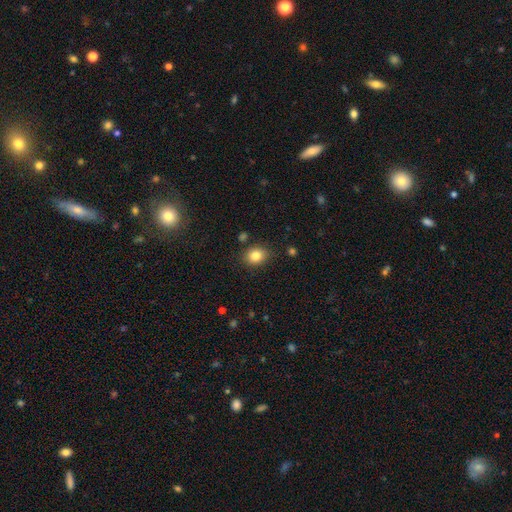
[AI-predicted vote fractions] smooth 84%, star or artifact 10%, featured or disk 6%. Down the decision tree: how rounded — in between (51%); merging — none (84%).